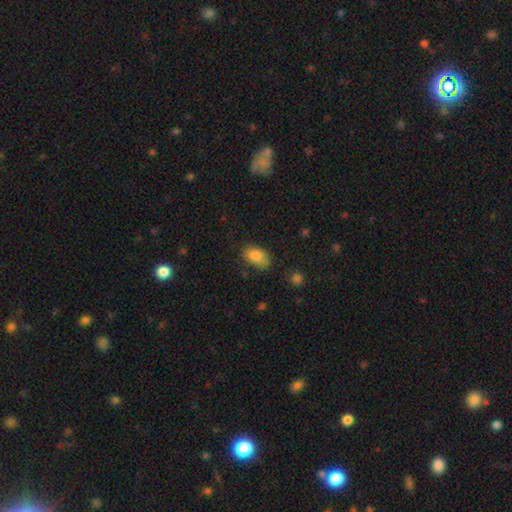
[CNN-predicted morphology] Smooth or featured: smooth — 83% (star or artifact — 9%)
How rounded: in between — 87% (round — 12%)
Merging: none — 60% (minor disturbance — 28%)